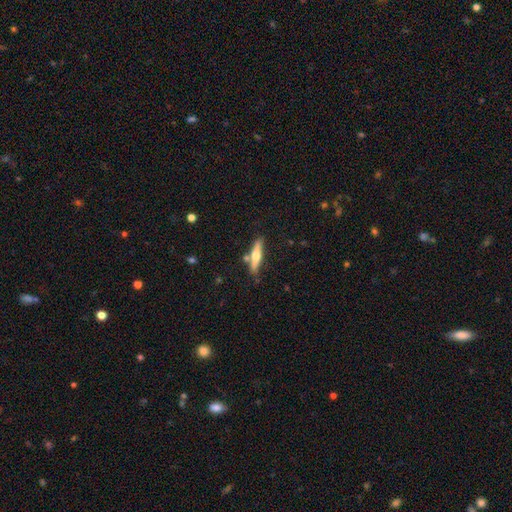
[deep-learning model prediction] featured or disk 53%, smooth 42%, star or artifact 5%. Down the decision tree: edge-on disk — yes (94%); merging — none (77%).